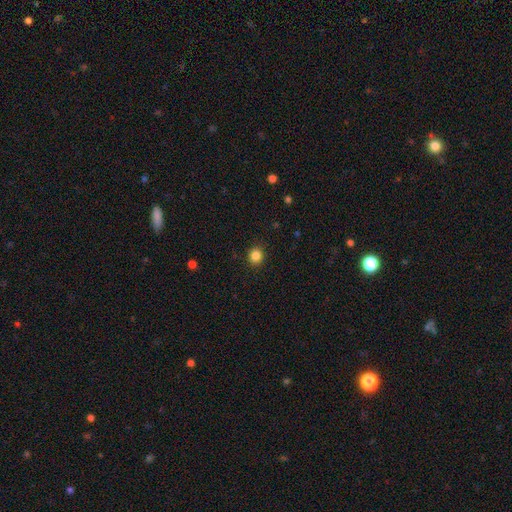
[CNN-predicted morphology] This appears to be a smooth galaxy with no disk features (85%) that is round (82%). Merging: none (91%).